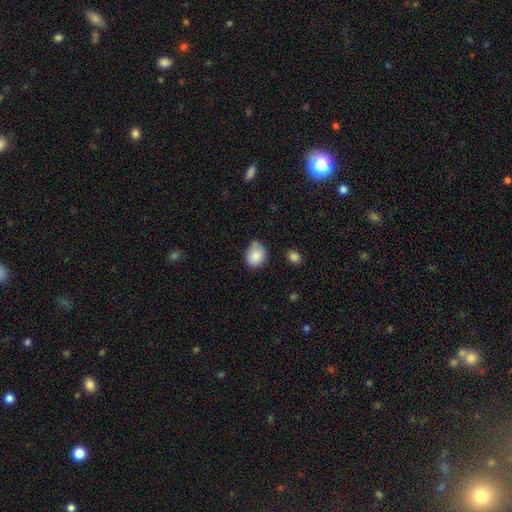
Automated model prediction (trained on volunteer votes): Overall: smooth (85%). How rounded: in between (51%; round 48%). Merging: none (60%; minor disturbance 32%).